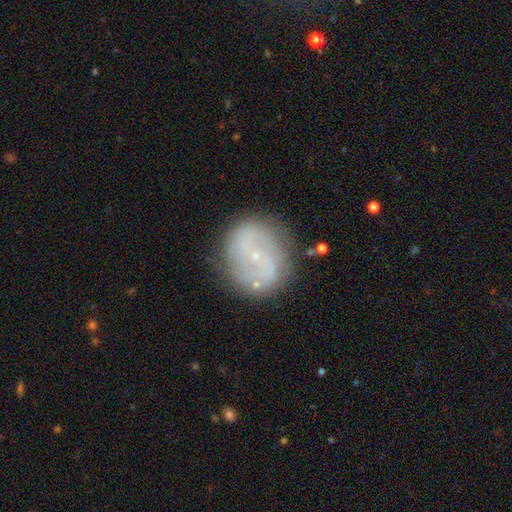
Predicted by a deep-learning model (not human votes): Overall: featured or disk (67%). Edge-on disk: no (97%). Bar: no (58%; weak 32%). Spiral arms: yes (79%). Spiral arm count: 2 (67%). Spiral winding: medium (41%; loose 30%). Bulge size: small (85%). Merging: none (77%).